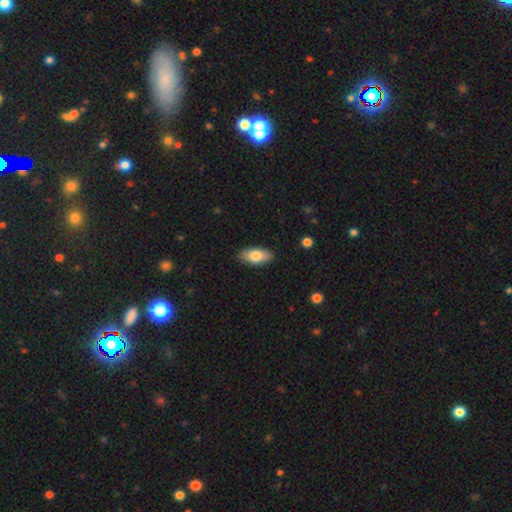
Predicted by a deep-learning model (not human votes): Smooth or featured? Predicted: smooth (p=0.80). How rounded? Predicted: in between (p=0.90). Merging? Predicted: none (p=0.88).